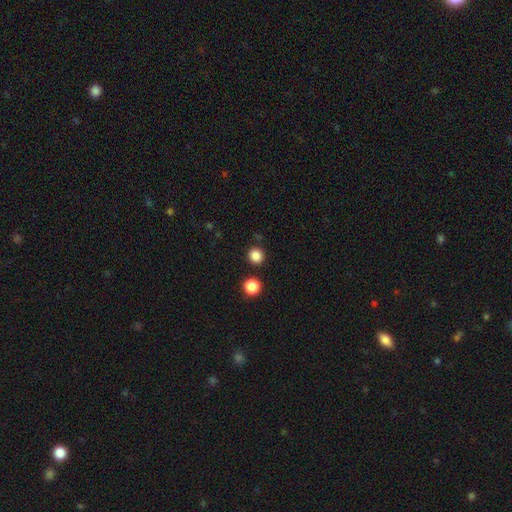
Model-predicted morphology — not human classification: smooth_or_featured: smooth (p=0.85) [alt: star or artifact p=0.12]
how_rounded: round (p=0.91) [alt: in between p=0.08]
merging: none (p=0.89) [alt: minor disturbance p=0.06]